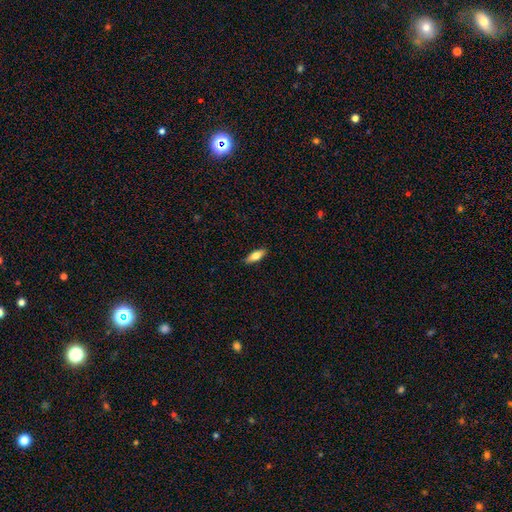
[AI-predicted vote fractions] Morphology: type=smooth (73%); roundness=in between (65%); merging=none (89%).